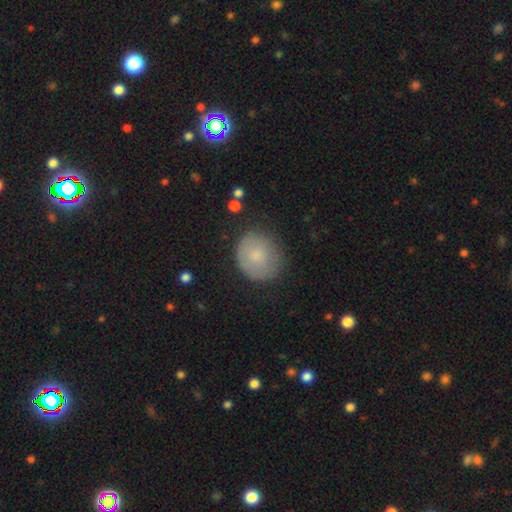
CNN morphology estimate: The model was most divided on "how rounded": round: 76%, in between: 23%, cigar-shaped: 1%. More confident: smooth or featured — smooth (75%); merging — none (74%).